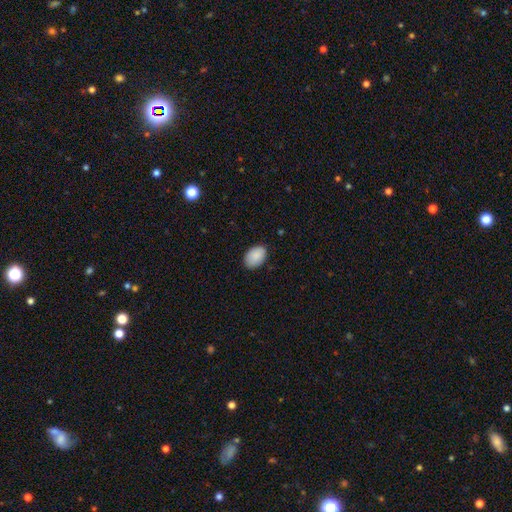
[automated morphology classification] Smooth or featured: smooth — 89% (star or artifact — 7%)
How rounded: in between — 86% (round — 13%)
Merging: none — 84% (minor disturbance — 13%)